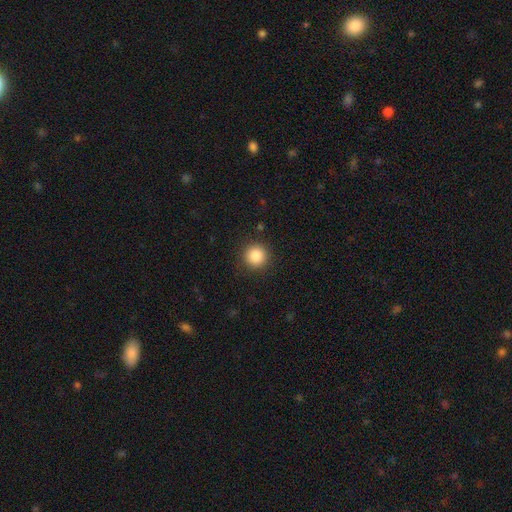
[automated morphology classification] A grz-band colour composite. It shows a smooth galaxy with no disk features (86%) that is round (95%). Merging: none (90%).